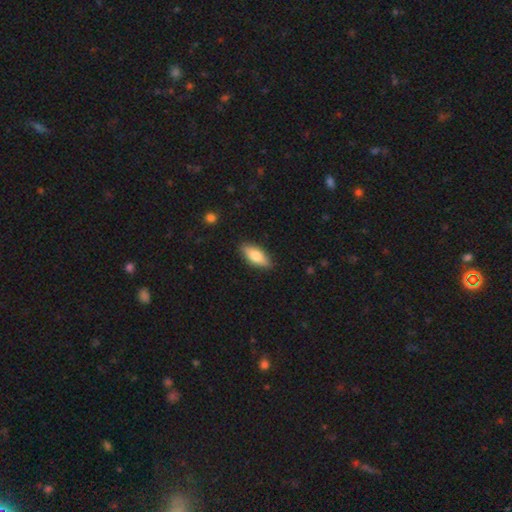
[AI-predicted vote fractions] smooth 68%, featured or disk 26%, star or artifact 6%. Down the decision tree: how rounded — in between (73%); merging — none (87%).